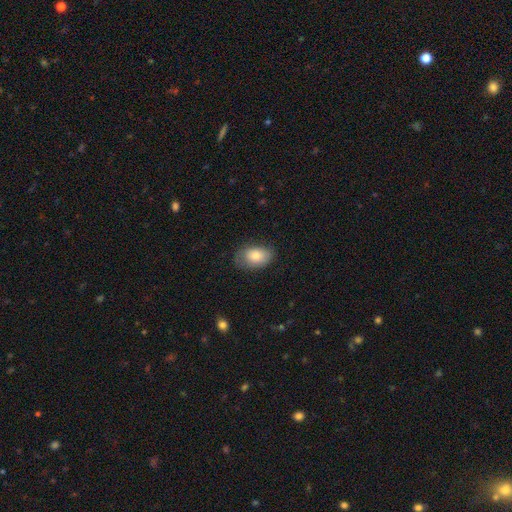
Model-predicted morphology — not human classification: Smooth or featured? Predicted: smooth (p=0.82). How rounded? Predicted: in between (p=0.89). Merging? Predicted: none (p=0.70).